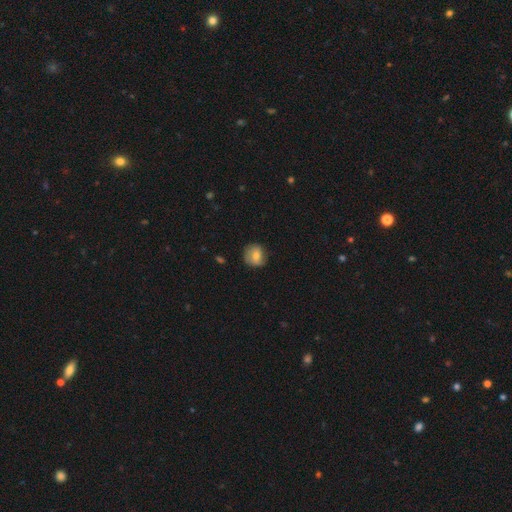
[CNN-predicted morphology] A smooth galaxy with no disk features (71%) that is round (81%).

Vote fractions:
- Smooth or featured? smooth: 71% / featured or disk: 21% / star or artifact: 9%
- How rounded? round: 81% / in between: 18% / cigar-shaped: 1%
- Merging? none: 74% / minor disturbance: 20% / major disturbance: 5% / merger: 1%